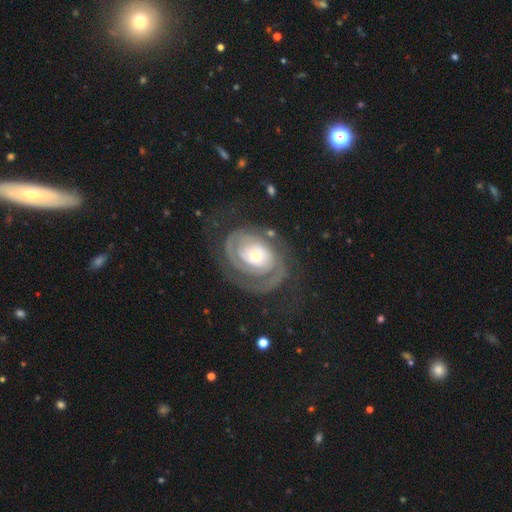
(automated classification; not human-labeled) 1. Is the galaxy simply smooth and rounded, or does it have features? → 88% featured or disk, 8% smooth, 5% star or artifact.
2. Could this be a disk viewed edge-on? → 97% no, 3% yes.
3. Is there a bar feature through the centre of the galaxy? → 73% no, 20% weak, 7% strong.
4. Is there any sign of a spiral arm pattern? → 95% yes, 5% no.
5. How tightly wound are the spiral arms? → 70% tight, 23% medium, 8% loose.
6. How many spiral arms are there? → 48% 2, 23% 1, 15% can't tell, 8% 3, 3% 4, 3% more than 4.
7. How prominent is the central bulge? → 50% small, 39% moderate, 8% large, 2% dominant, 2% none.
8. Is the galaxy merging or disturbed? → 66% none, 16% major disturbance, 16% minor disturbance, 2% merger.